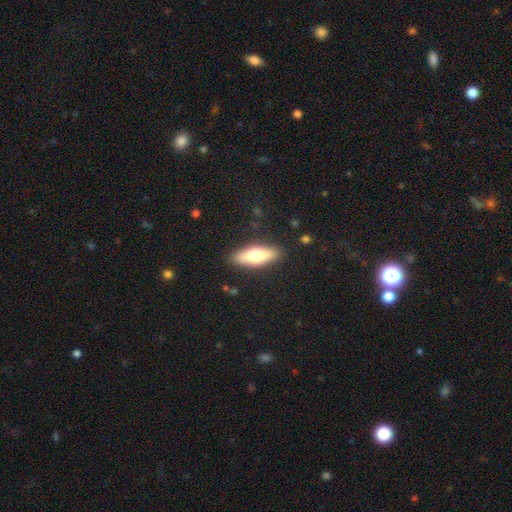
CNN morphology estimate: This appears to be a smooth galaxy with no disk features (59%) that is in between round and cigar-shaped (59%). Merging: none (88%).